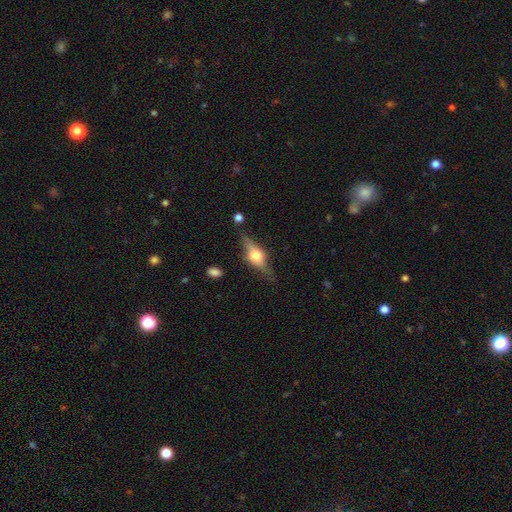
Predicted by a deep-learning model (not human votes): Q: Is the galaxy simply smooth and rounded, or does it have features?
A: featured or disk — 64%.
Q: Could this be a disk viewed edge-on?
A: yes — 93%.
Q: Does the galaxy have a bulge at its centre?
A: rounded — 94%.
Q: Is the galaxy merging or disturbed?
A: none — 74%.